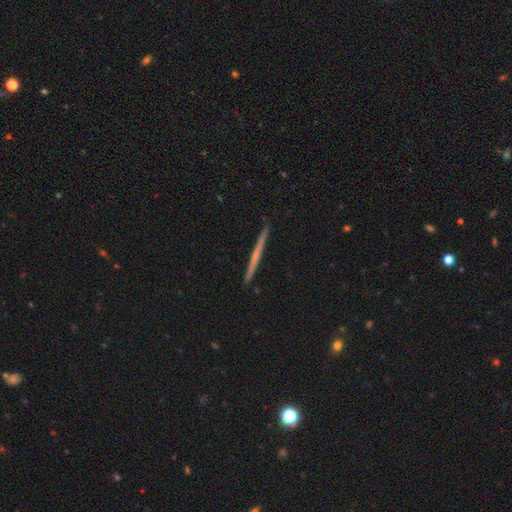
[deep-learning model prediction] smooth-or-featured: featured or disk: 56% | smooth: 38% | star or artifact: 6%
  disk-edge-on: yes: 98% | no: 2%
    edge-on-bulge: none: 83% | rounded: 13% | boxy: 4%
  merging: none: 92% | minor disturbance: 5% | major disturbance: 1% | merger: 1%